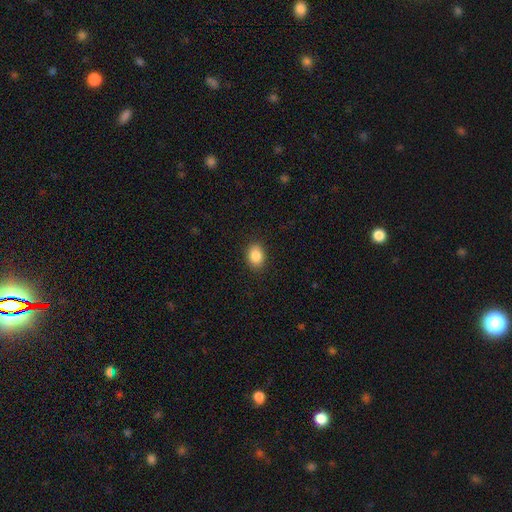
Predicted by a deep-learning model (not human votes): A smooth galaxy with no disk features (86%) that is in between round and cigar-shaped (62%). Merging: none (89%).